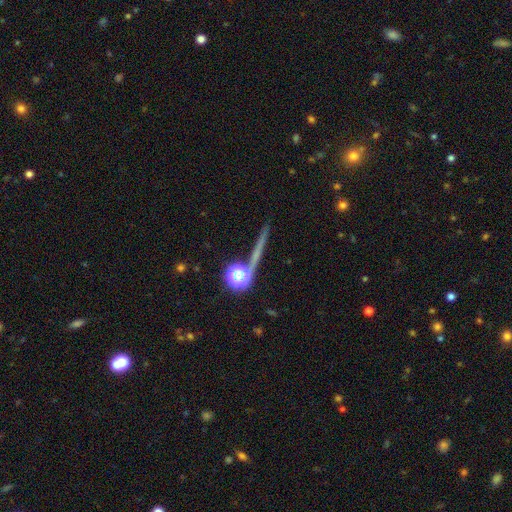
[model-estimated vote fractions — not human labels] smooth_or_featured: smooth (p=0.36) [alt: featured or disk p=0.35]
merging: none (p=0.76) [alt: minor disturbance p=0.09]